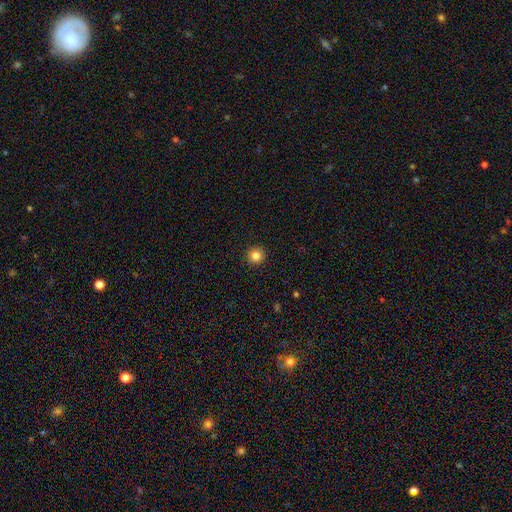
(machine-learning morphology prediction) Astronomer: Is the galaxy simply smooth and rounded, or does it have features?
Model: smooth — 84%.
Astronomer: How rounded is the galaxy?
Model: round — 95%.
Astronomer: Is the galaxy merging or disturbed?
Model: none — 93%.